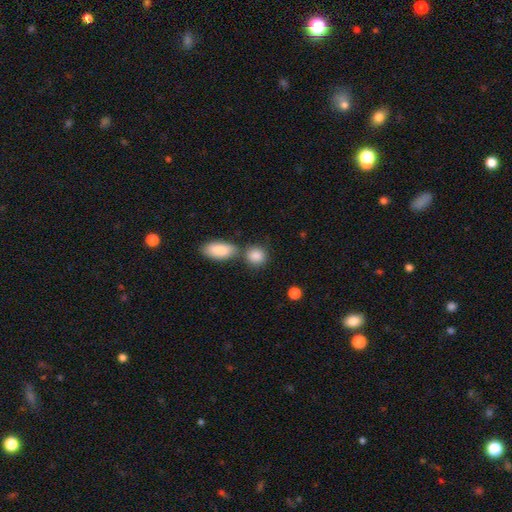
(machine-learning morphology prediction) Q: Smooth or featured?
A: smooth (88%); runner-up: star or artifact (7%)
Q: How rounded?
A: round (63%); runner-up: in between (35%)
Q: Merging?
A: none (60%); runner-up: merger (26%)